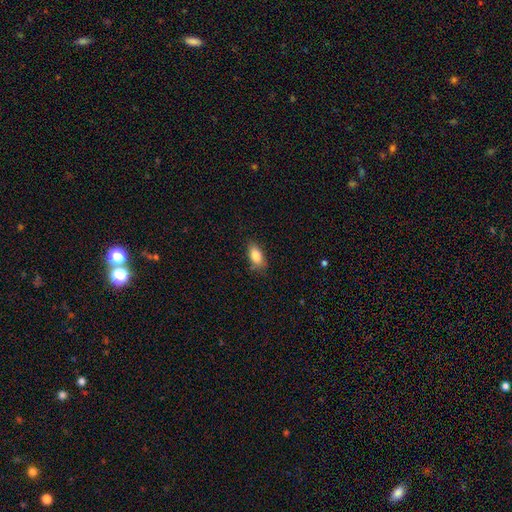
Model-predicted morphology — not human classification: smooth 83%, featured or disk 9%, star or artifact 8%. Down the decision tree: how rounded — in between (87%); merging — none (79%).